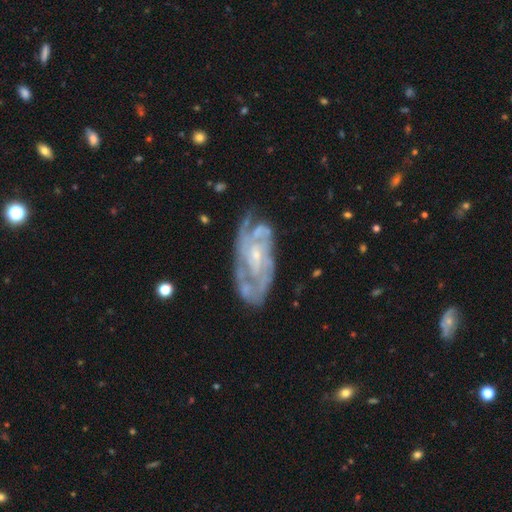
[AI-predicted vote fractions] featured or disk 85%, smooth 9%, star or artifact 6%. Down the decision tree: edge-on disk — no (94%); bar — no (62%); spiral arms — yes (91%); spiral arm count — can't tell (38%); spiral winding — tight (58%); bulge size — small (73%); merging — none (63%).